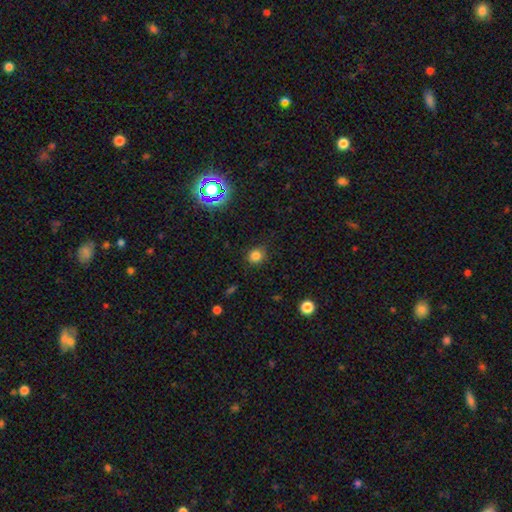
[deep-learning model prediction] Q: Smooth or featured?
A: smooth (80%); runner-up: star or artifact (15%)
Q: How rounded?
A: round (86%); runner-up: in between (13%)
Q: Merging?
A: none (84%); runner-up: minor disturbance (11%)